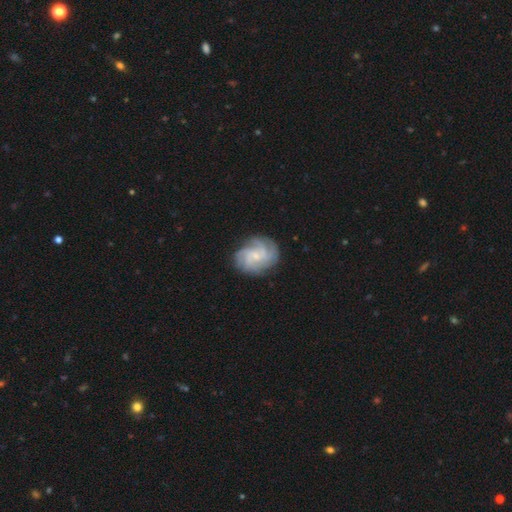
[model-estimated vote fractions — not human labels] Overall: featured or disk (77%). Edge-on disk: no (98%). Bar: no (62%; weak 33%). Spiral arms: yes (95%). Spiral arm count: 4 (32%; can't tell 25%). Spiral winding: tight (50%; medium 37%). Bulge size: small (70%). Merging: none (78%).